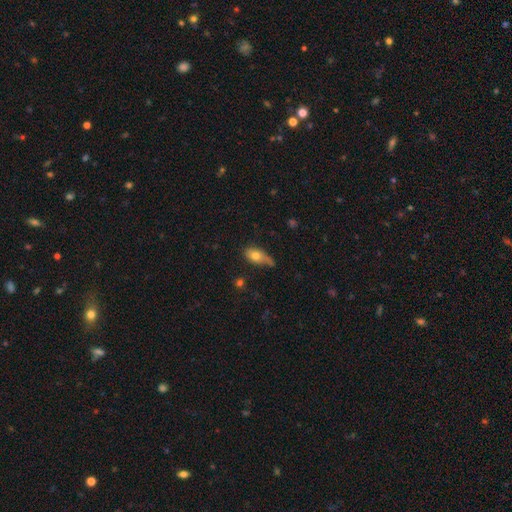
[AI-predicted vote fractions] Q: Smooth or featured?
A: smooth (69%); runner-up: featured or disk (23%)
Q: How rounded?
A: in between (81%); runner-up: cigar-shaped (10%)
Q: Merging?
A: none (39%); tied with: minor disturbance (39%)